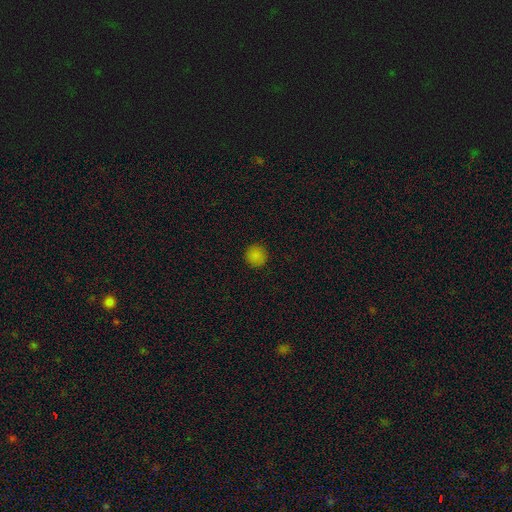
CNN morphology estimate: This is clearly a smooth galaxy (84%). How rounded: clearly round (94%). Merging: clearly none (91%).